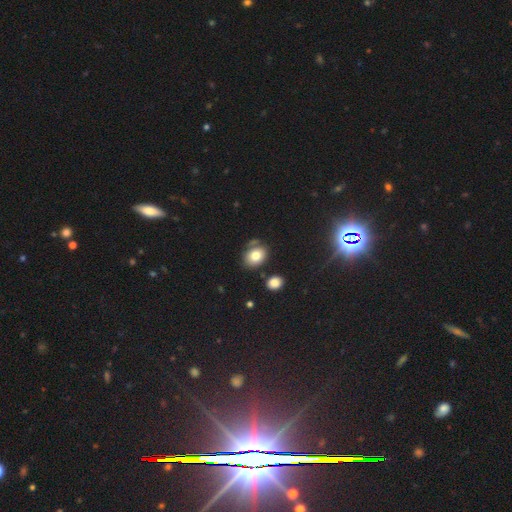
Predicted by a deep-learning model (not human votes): A smooth galaxy with no disk features (78%) that is in between round and cigar-shaped (60%). Merging: none (71%).